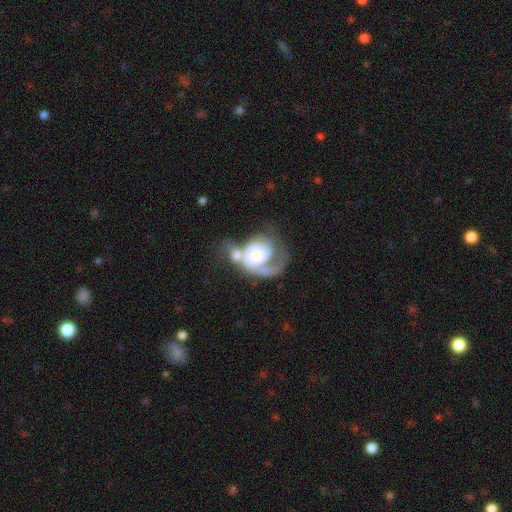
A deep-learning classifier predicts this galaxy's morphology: Smooth or featured: featured or disk — 70% (smooth — 24%)
Edge-on disk: no — 97% (yes — 3%)
Bar: no — 74% (weak — 22%)
Spiral arms: yes — 85% (no — 15%)
Spiral winding: tight — 37% (medium — 33%)
Spiral arm count: 1 — 62% (2 — 21%)
Bulge size: small — 40% (moderate — 26%)
Merging: merger — 45% (major disturbance — 27%)